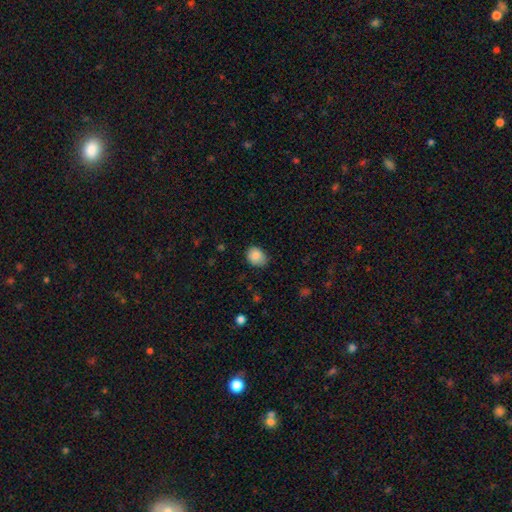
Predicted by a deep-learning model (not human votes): A smooth galaxy with no disk features (87%) that is round (52%). Merging: none (70%).